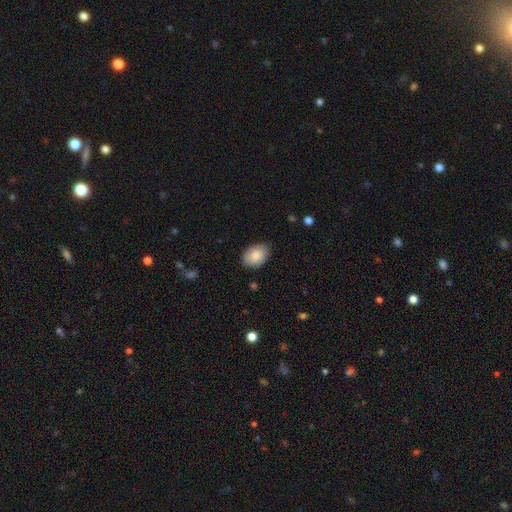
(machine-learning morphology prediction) Overall: smooth (83%). How rounded: in between (82%). Merging: none (79%).